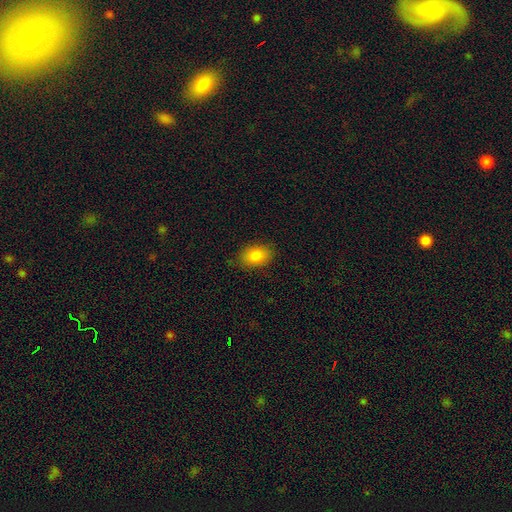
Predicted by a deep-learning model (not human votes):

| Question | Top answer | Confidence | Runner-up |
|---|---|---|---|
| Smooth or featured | smooth | 84% | star or artifact (9%) |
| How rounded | in between | 82% | round (17%) |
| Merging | none | 84% | minor disturbance (12%) |